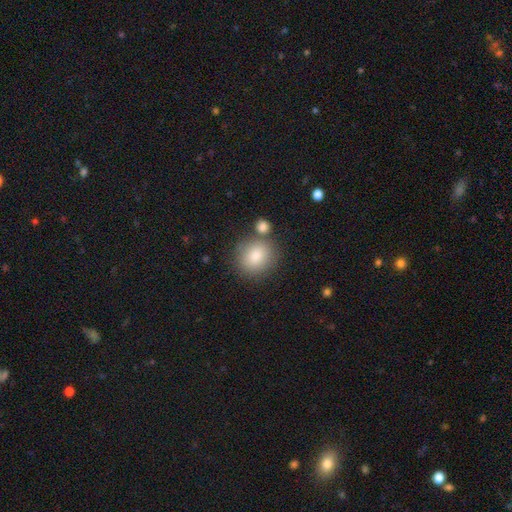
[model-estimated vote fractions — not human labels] This is clearly a smooth galaxy (85%). How rounded: likely round (77%). Merging: likely none (69%).